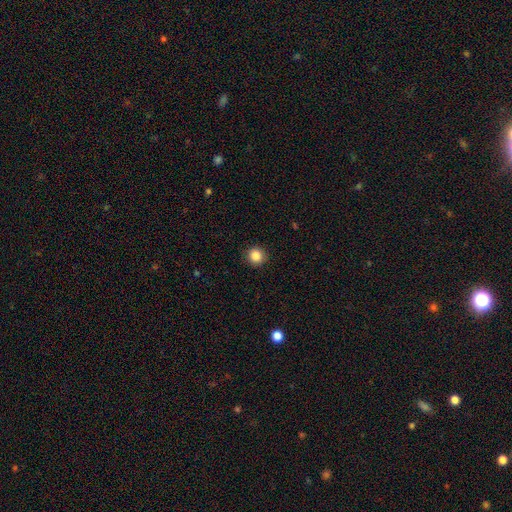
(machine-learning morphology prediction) Q: Smooth or featured?
A: smooth (86%); runner-up: star or artifact (10%)
Q: How rounded?
A: round (93%); runner-up: in between (6%)
Q: Merging?
A: none (91%); runner-up: minor disturbance (6%)